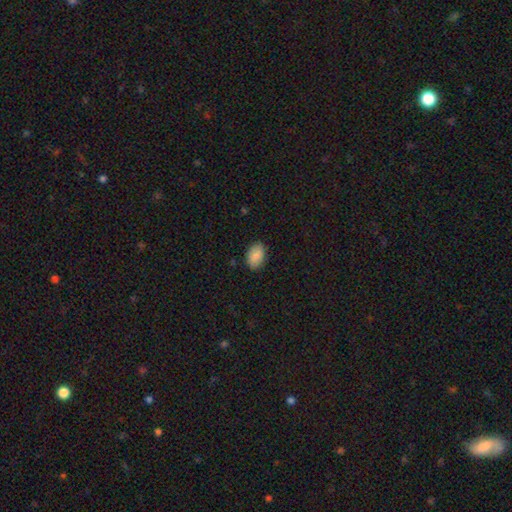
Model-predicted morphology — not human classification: smooth 88%, star or artifact 7%, featured or disk 5%. Down the decision tree: how rounded — in between (88%); merging — none (87%).